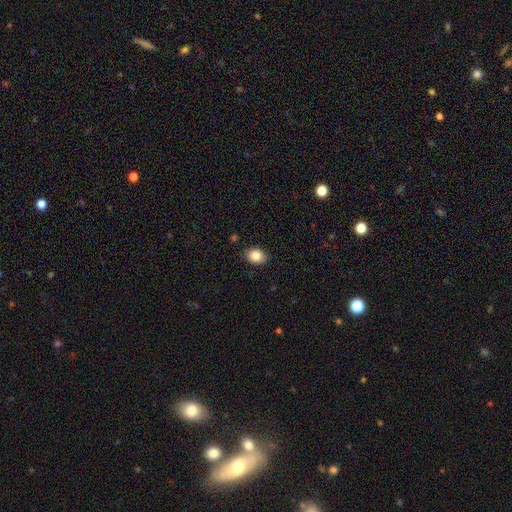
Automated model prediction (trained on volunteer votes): Smooth or featured: smooth — 84% (star or artifact — 9%)
How rounded: in between — 66% (round — 33%)
Merging: none — 89% (minor disturbance — 8%)